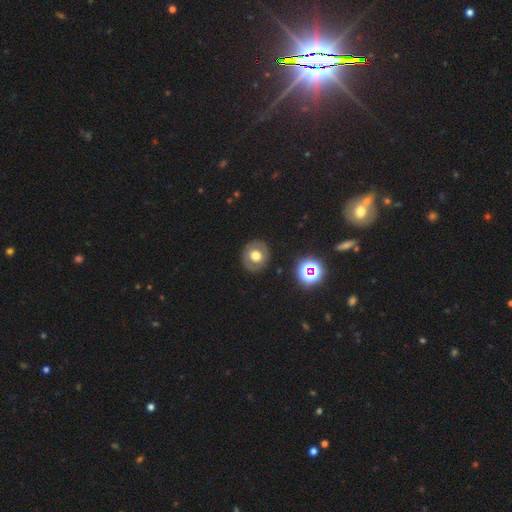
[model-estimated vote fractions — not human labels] Smooth or featured? Predicted: smooth (p=0.58). How rounded? Predicted: round (p=0.84). Merging? Predicted: none (p=0.87).